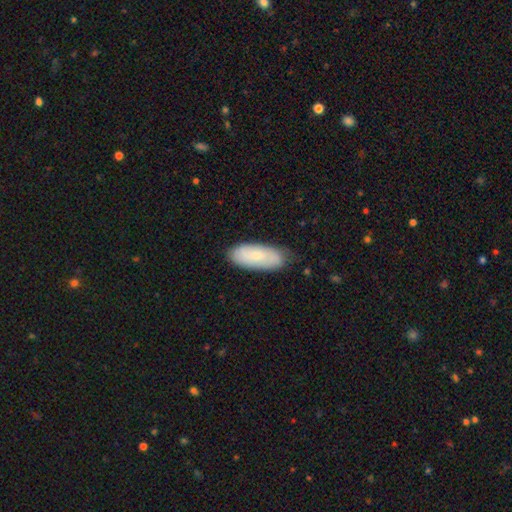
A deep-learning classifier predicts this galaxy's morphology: smooth 70%, featured or disk 24%, star or artifact 6%. Down the decision tree: how rounded — in between (81%); merging — none (79%).